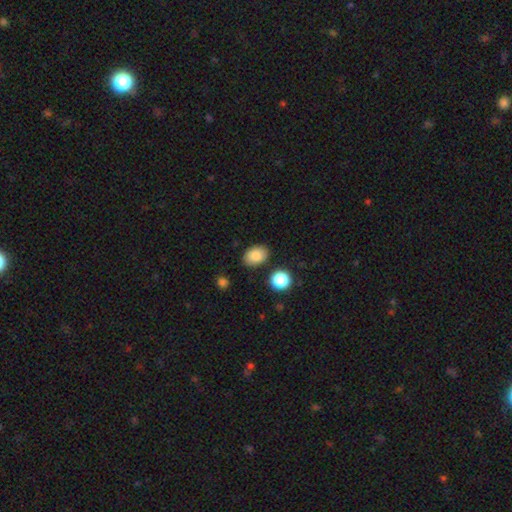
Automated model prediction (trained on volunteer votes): smooth_or_featured: smooth (p=0.86) [alt: star or artifact p=0.09]
how_rounded: in between (p=0.78) [alt: round p=0.21]
merging: none (p=0.83) [alt: minor disturbance p=0.11]